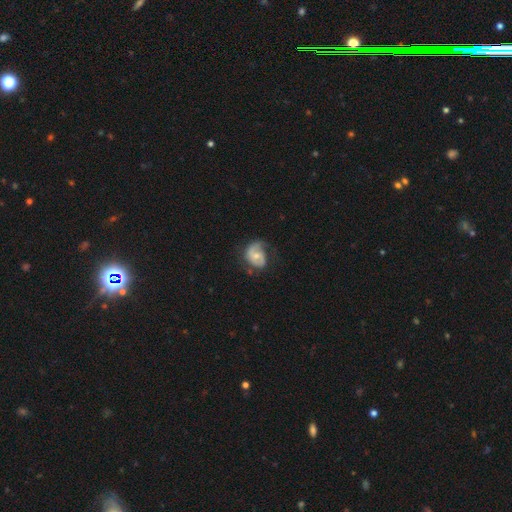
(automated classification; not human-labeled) smooth_or_featured: featured or disk (p=0.67) [alt: smooth p=0.27]
disk_edge_on: no (p=0.97) [alt: yes p=0.03]
bar: no (p=0.58) [alt: weak p=0.34]
has_spiral_arms: yes (p=0.85) [alt: no p=0.15]
spiral_winding: medium (p=0.41) [alt: tight p=0.30]
spiral_arm_count: 2 (p=0.51) [alt: 1 p=0.34]
bulge_size: moderate (p=0.48) [alt: small p=0.46]
merging: none (p=0.48) [alt: minor disturbance p=0.28]